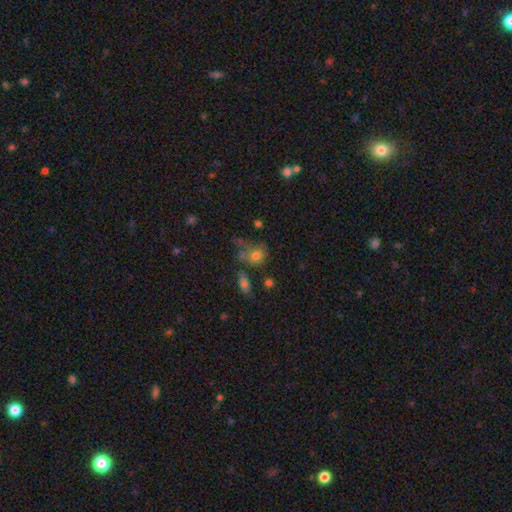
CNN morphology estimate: Smooth or featured? Predicted: smooth (p=0.72). How rounded? Predicted: round (p=0.53). Merging? Predicted: none (p=0.43).